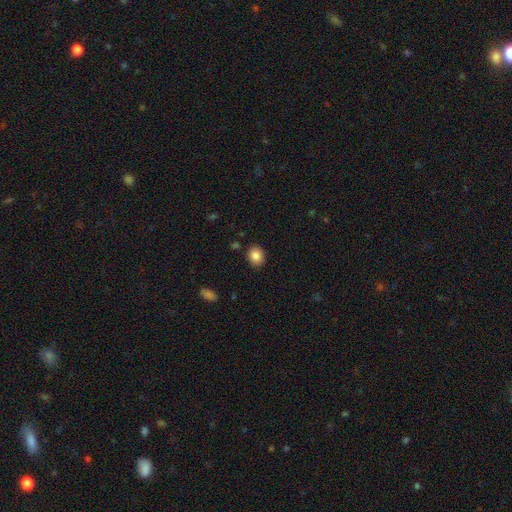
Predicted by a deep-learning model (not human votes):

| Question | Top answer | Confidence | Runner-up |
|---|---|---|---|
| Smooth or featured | smooth | 86% | star or artifact (9%) |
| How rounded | round | 61% | in between (38%) |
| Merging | none | 89% | minor disturbance (8%) |